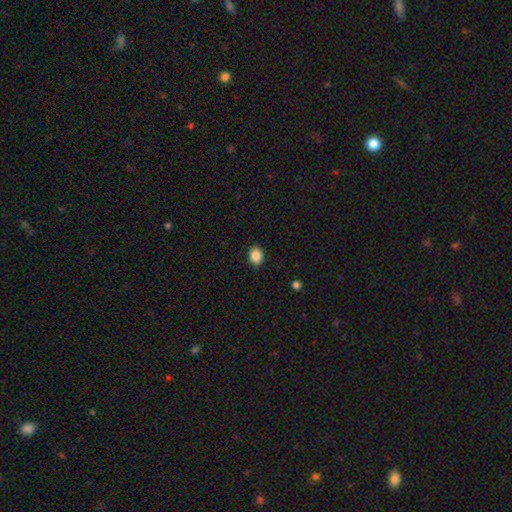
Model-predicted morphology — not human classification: This appears to be a smooth galaxy with no disk features (87%) that is in between round and cigar-shaped (64%). Merging: none (89%).